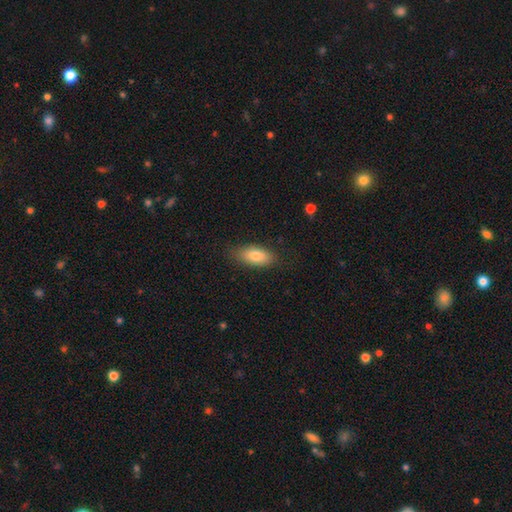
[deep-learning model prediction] smooth-or-featured: smooth: 82% | featured or disk: 12% | star or artifact: 7%
  how-rounded: in between: 85% | cigar-shaped: 11% | round: 3%
  merging: none: 81% | minor disturbance: 14% | major disturbance: 3% | merger: 1%